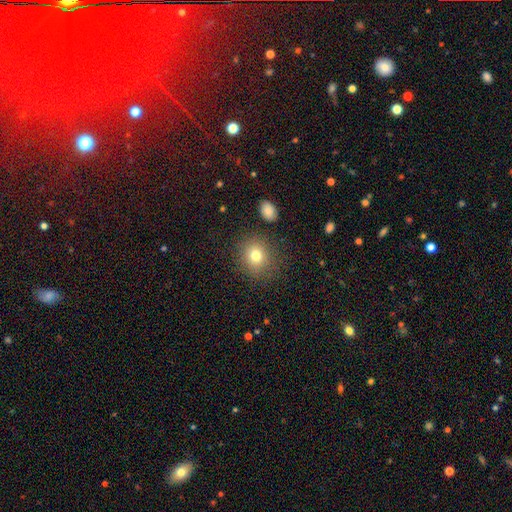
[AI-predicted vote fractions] Smooth or featured: smooth — 78% (star or artifact — 12%)
How rounded: round — 78% (in between — 21%)
Merging: none — 83% (minor disturbance — 10%)